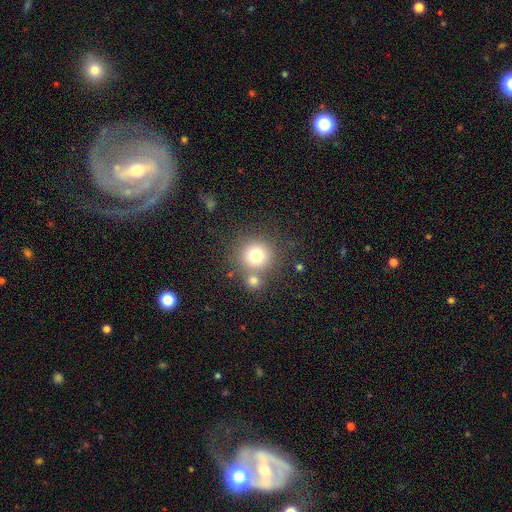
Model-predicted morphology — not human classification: Smooth or featured? Predicted: smooth (p=0.75). How rounded? Predicted: round (p=0.93). Merging? Predicted: none (p=0.65).